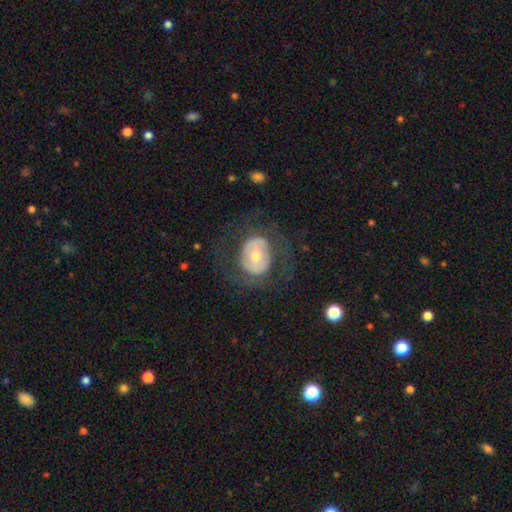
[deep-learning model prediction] Smooth or featured? Predicted: featured or disk (p=0.57). Edge-on disk? Predicted: no (p=0.95). Bar? Predicted: no (p=0.56). Spiral arms? Predicted: no (p=0.65). Bulge size? Predicted: moderate (p=0.61). Merging? Predicted: none (p=0.69).